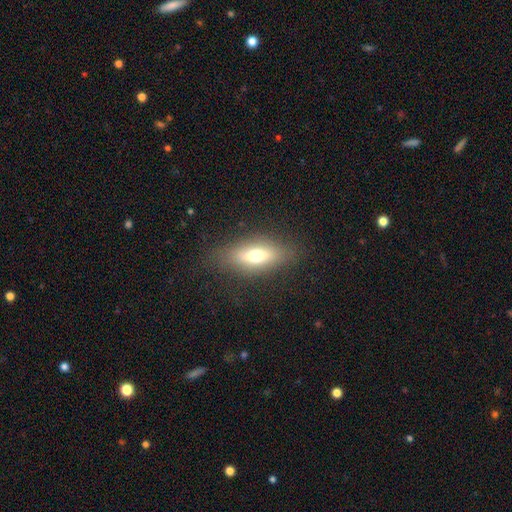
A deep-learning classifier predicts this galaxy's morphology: This appears to be a smooth galaxy with no disk features (63%) that is in between round and cigar-shaped (72%). Merging: none (81%).